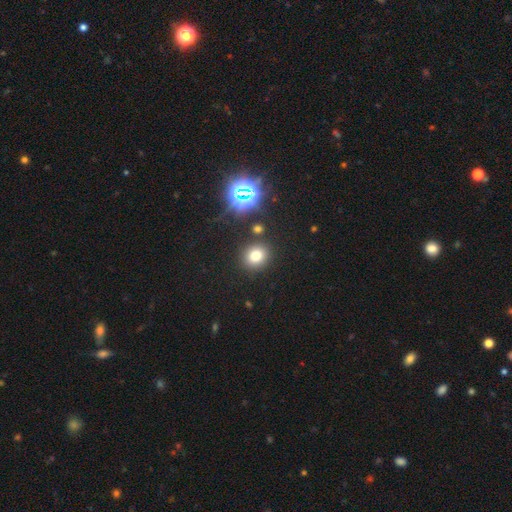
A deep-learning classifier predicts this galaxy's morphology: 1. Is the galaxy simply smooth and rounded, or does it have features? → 72% smooth, 20% star or artifact, 8% featured or disk.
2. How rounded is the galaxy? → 79% round, 20% in between, 1% cigar-shaped.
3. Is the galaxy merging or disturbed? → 85% none, 7% minor disturbance, 5% merger, 3% major disturbance.